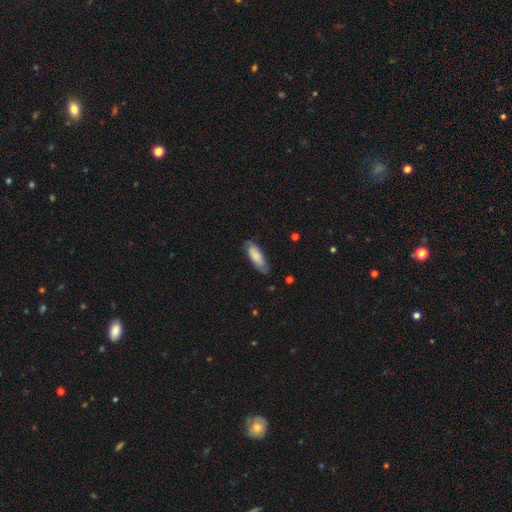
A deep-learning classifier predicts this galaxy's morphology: Smooth or featured: smooth — 73% (featured or disk — 21%)
How rounded: in between — 63% (cigar-shaped — 36%)
Merging: none — 72% (minor disturbance — 22%)